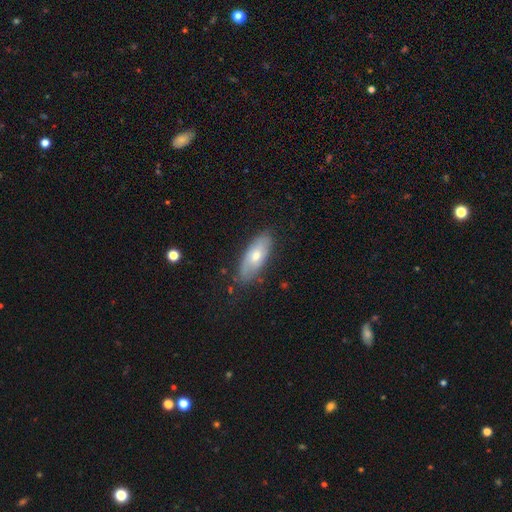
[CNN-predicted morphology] Overall: smooth (59%; featured or disk 34%). How rounded: in between (75%). Merging: none (80%).